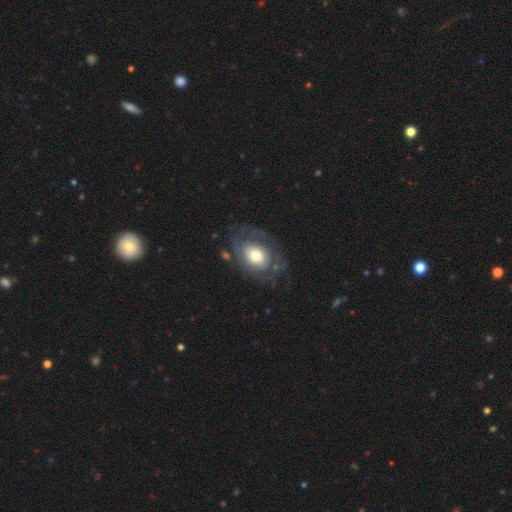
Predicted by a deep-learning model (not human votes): A featured or disk galaxy (58%) with no bar (82%), spiral arms (52%) and a moderate central bulge (55%).

Vote fractions:
- Smooth or featured? featured or disk: 58% / smooth: 36% / star or artifact: 6%
- Edge-on disk? no: 94% / yes: 6%
- Bar? no: 82% / weak: 14% / strong: 4%
- Spiral arms? yes: 52% / no: 48%
- Bulge size? moderate: 55% / large: 28% / small: 12% / dominant: 3% / none: 1%
- Merging? none: 60% / minor disturbance: 20% / major disturbance: 18% / merger: 3%